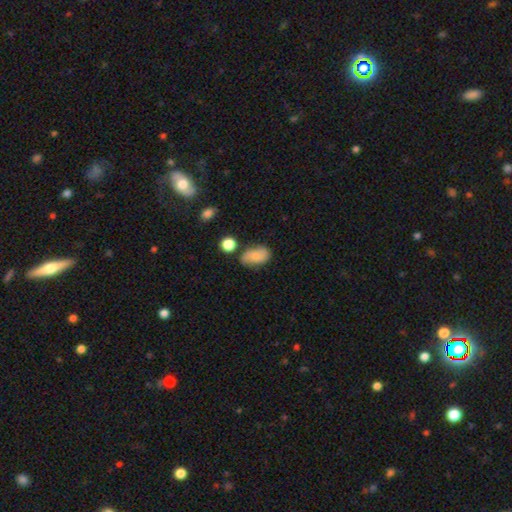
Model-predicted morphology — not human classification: Q: Smooth or featured?
A: smooth (70%); runner-up: featured or disk (21%)
Q: How rounded?
A: in between (87%); runner-up: round (11%)
Q: Merging?
A: none (60%); runner-up: minor disturbance (25%)